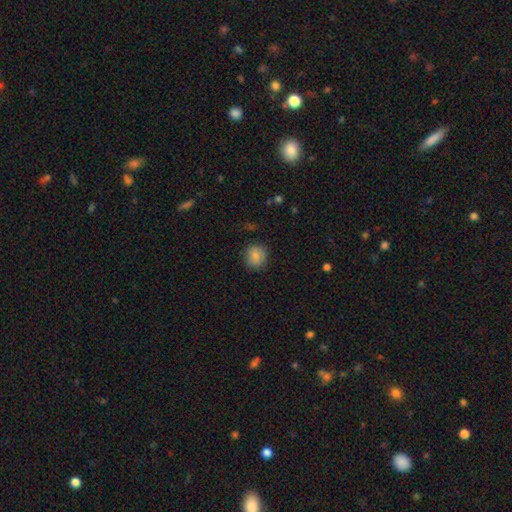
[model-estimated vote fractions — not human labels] Smooth or featured? smooth (84%)
How rounded? round (84%)
Merging? none (82%)